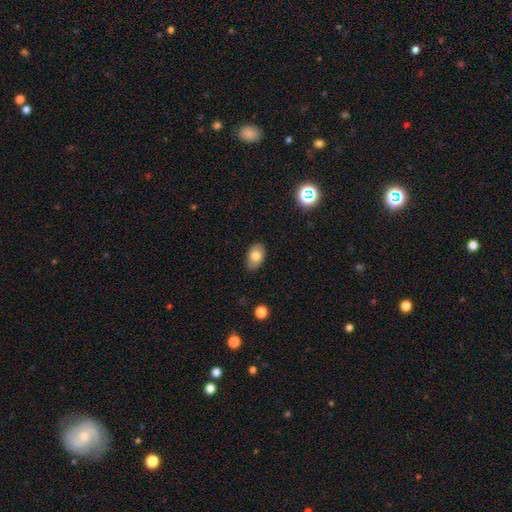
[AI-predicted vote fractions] Overall: smooth (77%). How rounded: in between (89%). Merging: none (85%).